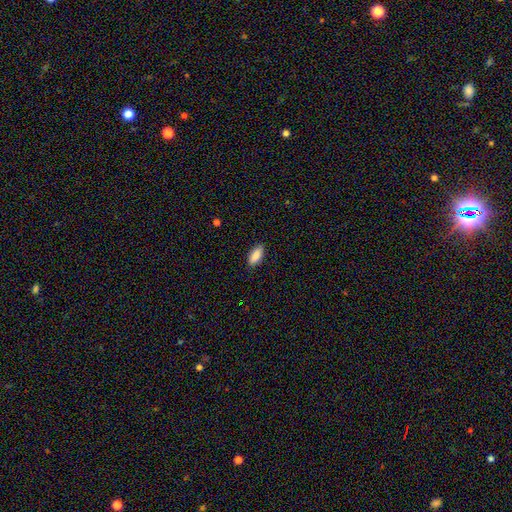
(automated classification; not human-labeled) Smooth or featured? smooth (88%)
How rounded? in between (84%)
Merging? none (87%)